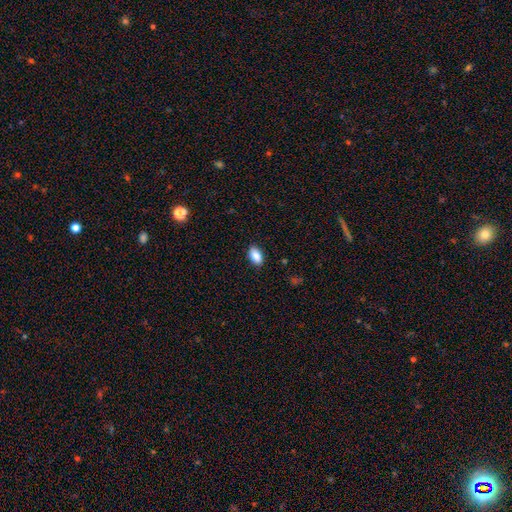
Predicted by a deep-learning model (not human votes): Smooth or featured?
  - smooth: 86% *
  - star or artifact: 7%
  - featured or disk: 6%
How rounded?
  - in between: 91% *
  - round: 6%
  - cigar-shaped: 3%
Merging?
  - none: 89% *
  - minor disturbance: 8%
  - major disturbance: 2%
  - merger: 1%